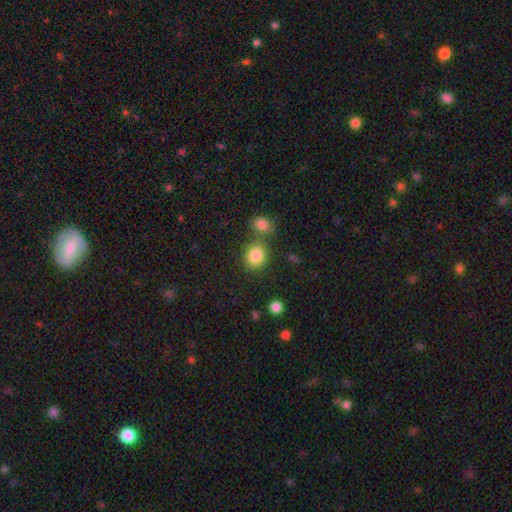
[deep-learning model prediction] Smooth or featured? smooth (85%)
How rounded? round (73%)
Merging? none (66%)